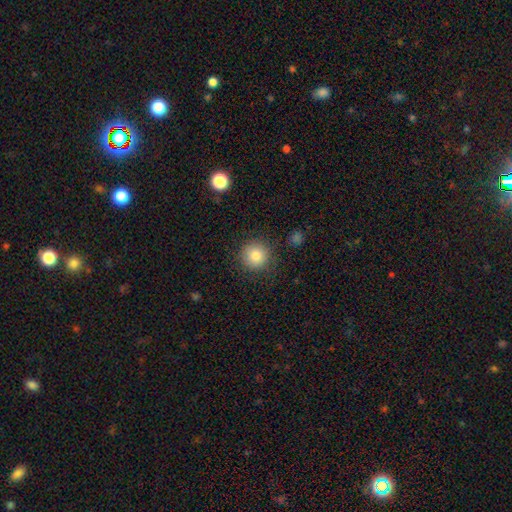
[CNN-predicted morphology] Smooth or featured? Predicted: smooth (p=0.82). How rounded? Predicted: round (p=0.94). Merging? Predicted: none (p=0.87).